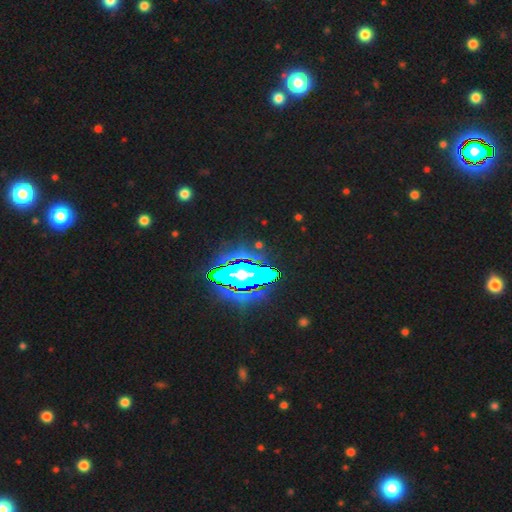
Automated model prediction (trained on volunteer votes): Smooth or featured? Predicted: star or artifact (p=0.85).